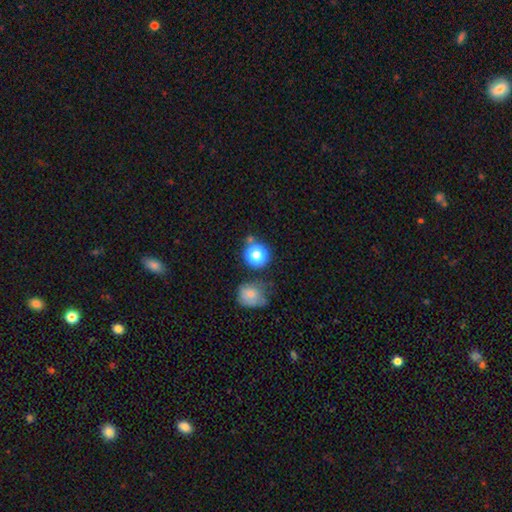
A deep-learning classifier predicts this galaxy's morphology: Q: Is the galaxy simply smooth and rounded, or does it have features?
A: smooth — 80%.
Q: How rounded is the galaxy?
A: round — 88%.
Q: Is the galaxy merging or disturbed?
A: none — 72%.